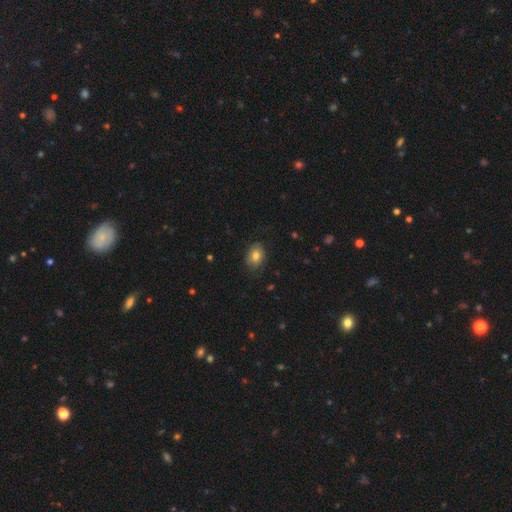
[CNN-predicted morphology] smooth 77%, featured or disk 13%, star or artifact 9%. Down the decision tree: how rounded — in between (71%); merging — none (78%).